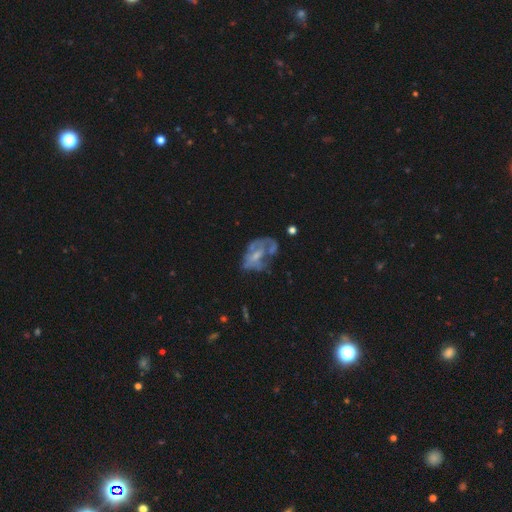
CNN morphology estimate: The model was most divided on "merging": major disturbance: 38%, none: 30%, minor disturbance: 22%, merger: 10%. Remaining: edge-on disk — no (96%); bar — no (70%); spiral arms — no (69%); smooth or featured — featured or disk (61%); bulge size — small (40%).